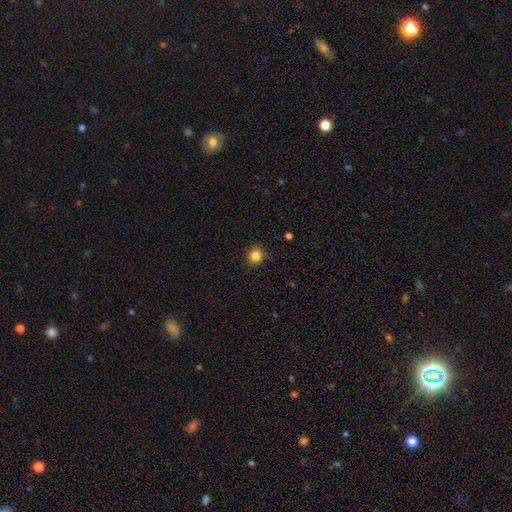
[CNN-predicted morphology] Overall: smooth (84%). How rounded: round (88%). Merging: none (91%).